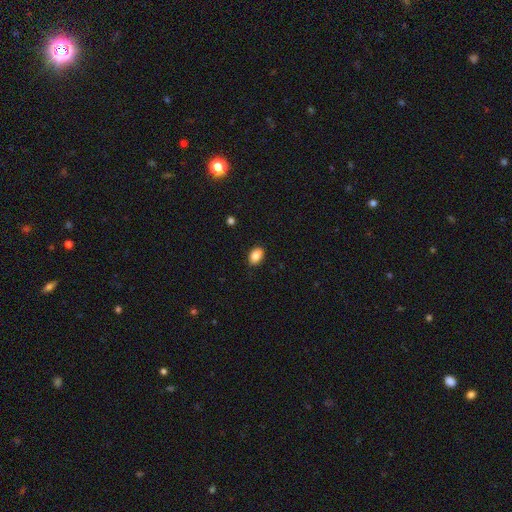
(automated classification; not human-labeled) Overall: smooth (86%). How rounded: in between (86%). Merging: none (87%).